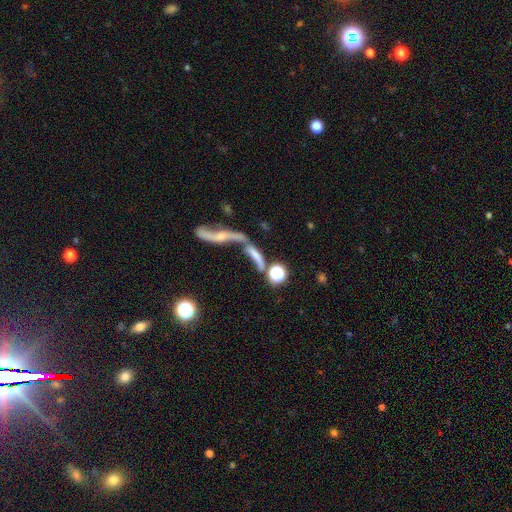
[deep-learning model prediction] Smooth or featured?
  - featured or disk: 45% *
  - smooth: 40%
  - star or artifact: 16%
Merging?
  - merger: 61% *
  - none: 20%
  - major disturbance: 11%
  - minor disturbance: 8%